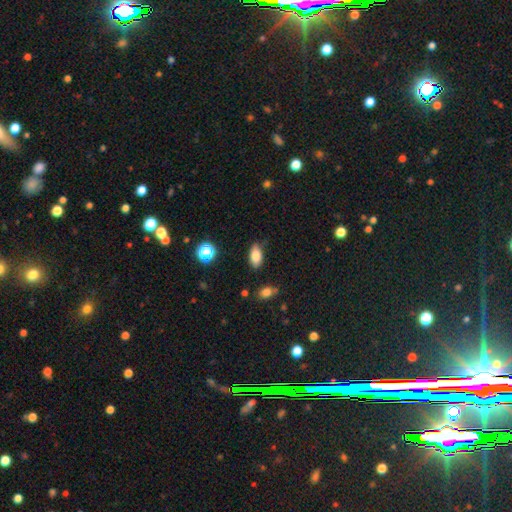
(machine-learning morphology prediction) smooth_or_featured: smooth (p=0.83) [alt: star or artifact p=0.09]
how_rounded: in between (p=0.88) [alt: cigar-shaped p=0.06]
merging: none (p=0.81) [alt: minor disturbance p=0.14]